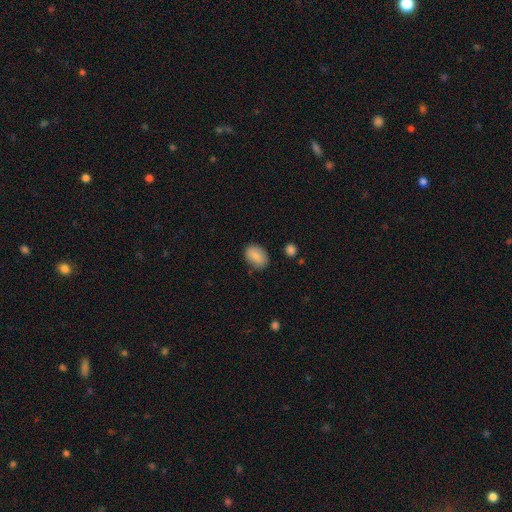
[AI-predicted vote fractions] Morphology: type=smooth (83%); roundness=in between (81%); merging=none (80%).